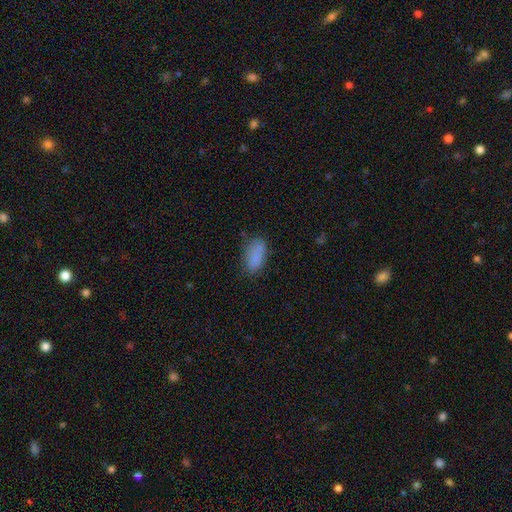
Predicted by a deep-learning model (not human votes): The model was most divided on "merging": none: 70%, minor disturbance: 21%, major disturbance: 7%, merger: 2%. More confident: how rounded — in between (89%); smooth or featured — smooth (84%).